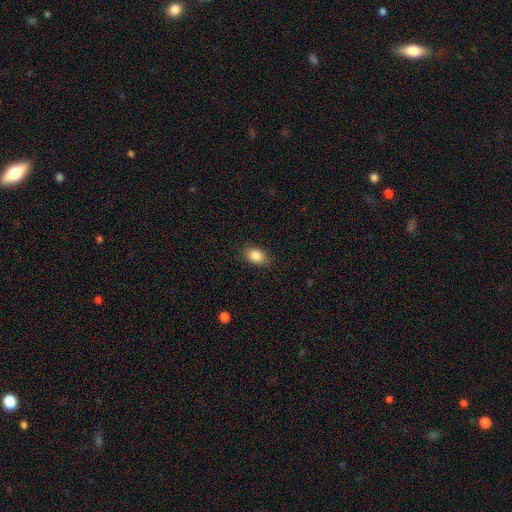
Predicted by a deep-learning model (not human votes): Overall: smooth (86%). How rounded: in between (84%). Merging: none (85%).